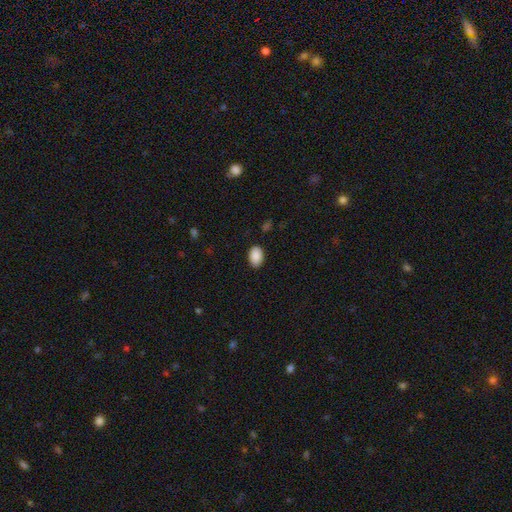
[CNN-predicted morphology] Q: Smooth or featured?
A: smooth (90%); runner-up: star or artifact (7%)
Q: How rounded?
A: in between (85%); runner-up: round (14%)
Q: Merging?
A: none (87%); runner-up: minor disturbance (10%)